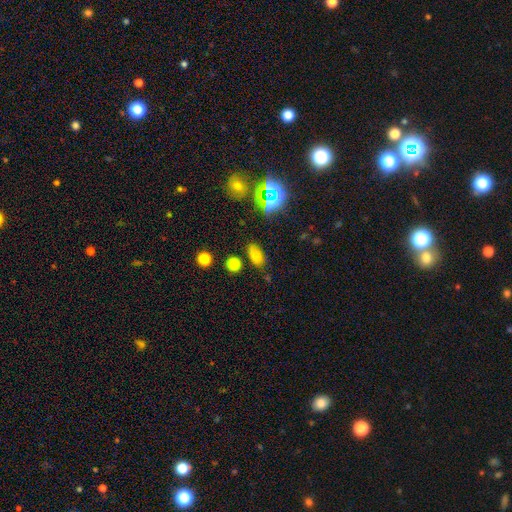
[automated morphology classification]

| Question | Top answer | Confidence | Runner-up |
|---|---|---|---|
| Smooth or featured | smooth | 70% | star or artifact (21%) |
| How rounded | in between | 88% | round (9%) |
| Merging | none | 79% | minor disturbance (13%) |